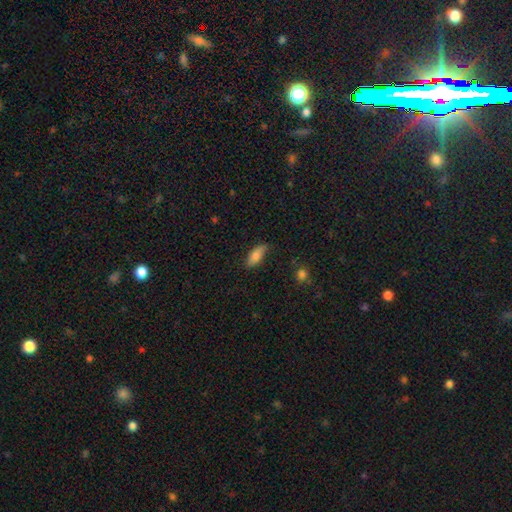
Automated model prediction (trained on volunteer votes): Overall: smooth (79%). How rounded: in between (78%). Merging: none (77%).